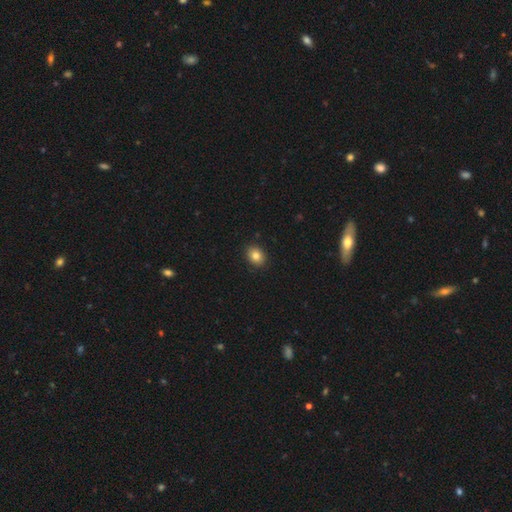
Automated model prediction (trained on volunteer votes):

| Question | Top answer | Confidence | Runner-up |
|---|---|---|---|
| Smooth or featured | smooth | 83% | star or artifact (10%) |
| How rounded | round | 51% | in between (48%) |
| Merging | none | 90% | minor disturbance (7%) |